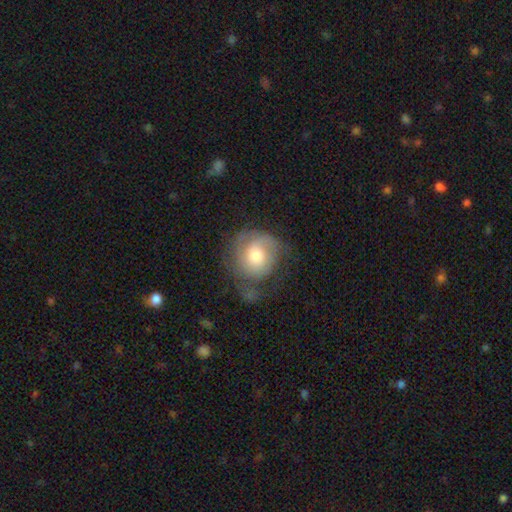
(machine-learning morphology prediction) This is possibly a smooth galaxy (51%). How rounded: clearly round (84%). Merging: possibly none (50%).